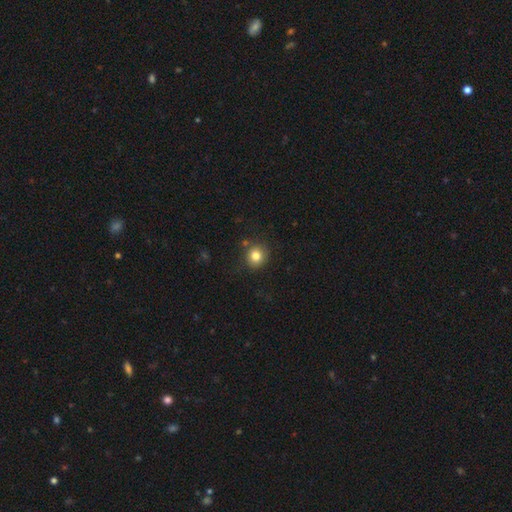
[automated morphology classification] smooth 81%, star or artifact 12%, featured or disk 7%. Down the decision tree: how rounded — round (87%); merging — none (84%).